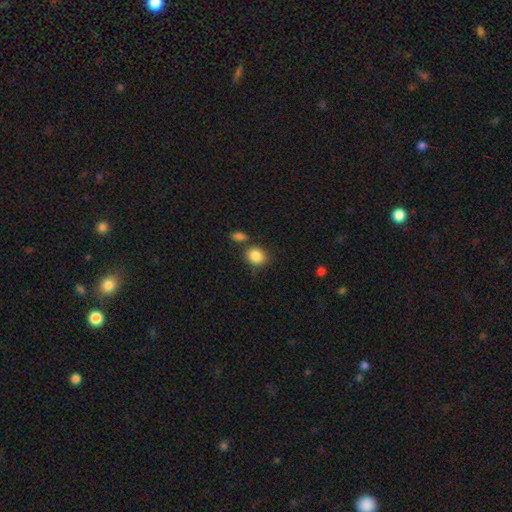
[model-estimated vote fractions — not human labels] smooth 87%, star or artifact 8%, featured or disk 5%. Down the decision tree: how rounded — round (57%); merging — none (66%).